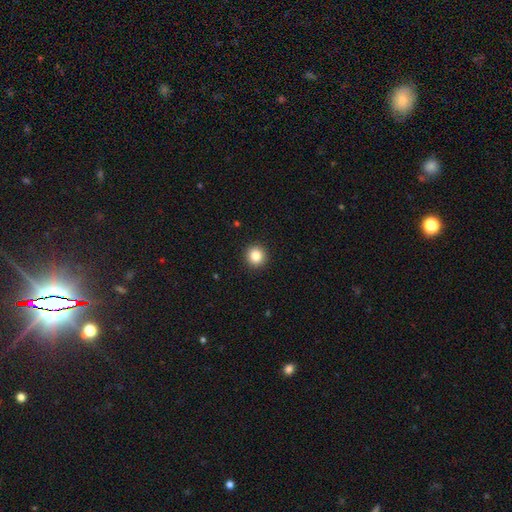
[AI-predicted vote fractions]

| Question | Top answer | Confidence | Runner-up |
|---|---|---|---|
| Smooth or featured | smooth | 85% | star or artifact (10%) |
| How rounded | round | 94% | in between (5%) |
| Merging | none | 93% | minor disturbance (4%) |